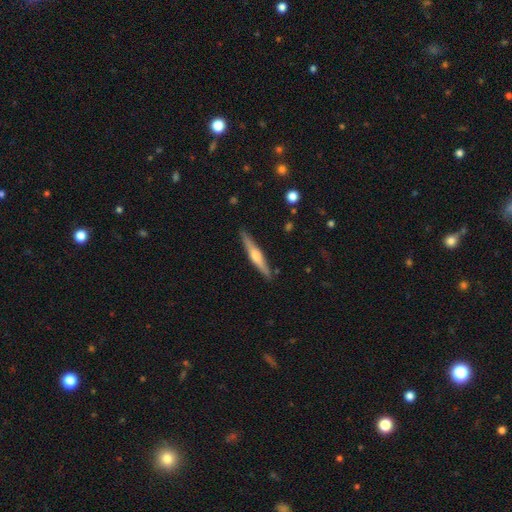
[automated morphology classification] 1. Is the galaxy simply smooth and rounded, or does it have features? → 64% featured or disk, 31% smooth, 6% star or artifact.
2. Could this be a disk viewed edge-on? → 97% yes, 3% no.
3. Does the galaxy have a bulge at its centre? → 82% rounded, 10% boxy, 8% none.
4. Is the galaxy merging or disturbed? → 90% none, 7% minor disturbance, 1% major disturbance, 1% merger.